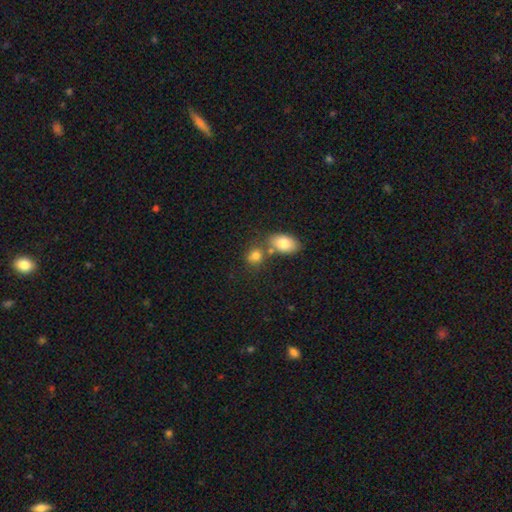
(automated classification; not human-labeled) Smooth or featured?
  - smooth: 80% *
  - star or artifact: 10%
  - featured or disk: 10%
How rounded?
  - in between: 54% *
  - round: 44%
  - cigar-shaped: 2%
Merging?
  - none: 50% *
  - merger: 33%
  - minor disturbance: 12%
  - major disturbance: 5%